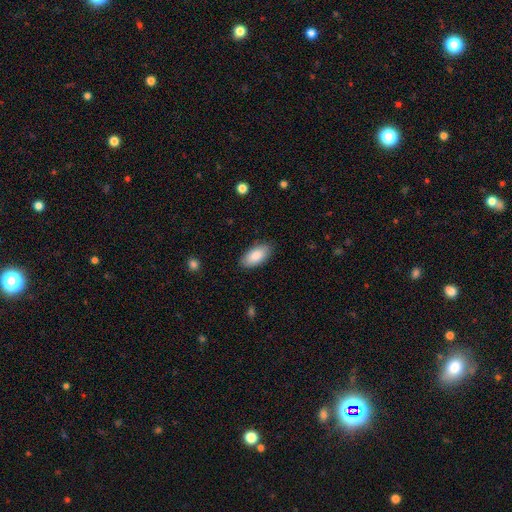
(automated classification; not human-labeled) Smooth or featured: smooth — 87% (featured or disk — 7%)
How rounded: in between — 94% (cigar-shaped — 4%)
Merging: none — 86% (minor disturbance — 11%)